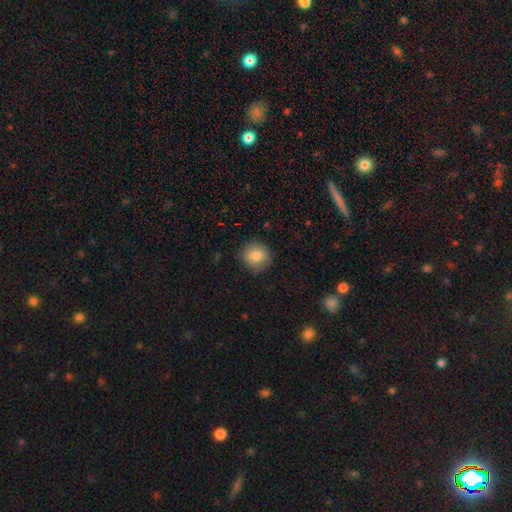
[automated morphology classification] smooth-or-featured: smooth: 85% | star or artifact: 8% | featured or disk: 7%
  how-rounded: round: 89% | in between: 10% | cigar-shaped: 1%
  merging: none: 86% | minor disturbance: 11% | major disturbance: 3% | merger: 1%